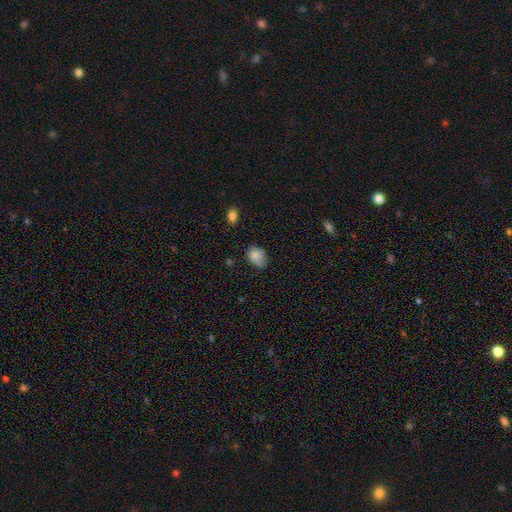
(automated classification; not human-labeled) Smooth or featured? smooth (80%)
How rounded? in between (71%)
Merging? none (53%)